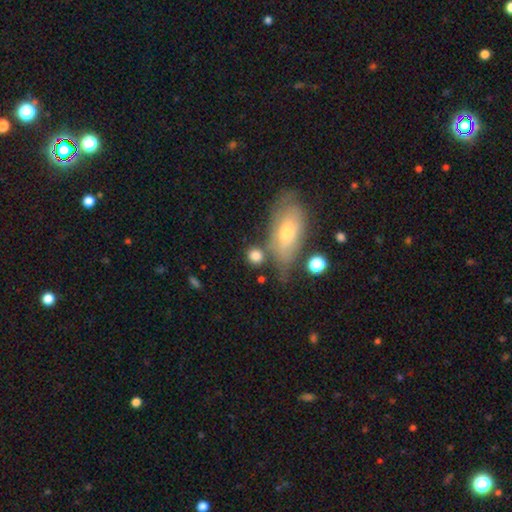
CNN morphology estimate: Q: Smooth or featured?
A: smooth (81%); runner-up: featured or disk (10%)
Q: How rounded?
A: round (71%); runner-up: in between (25%)
Q: Merging?
A: none (66%); runner-up: minor disturbance (14%)